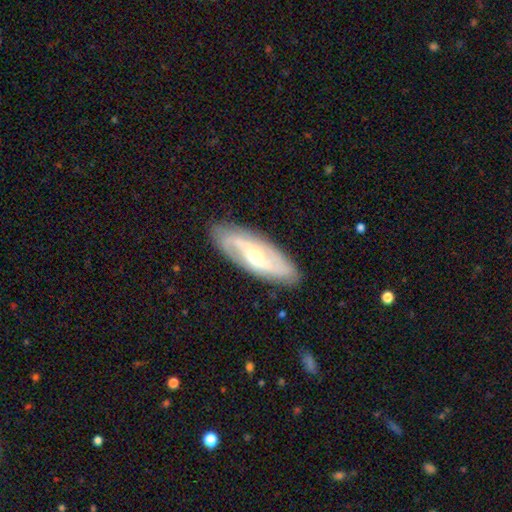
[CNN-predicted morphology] Smooth or featured: featured or disk — 79% (smooth — 15%)
Edge-on disk: no — 88% (yes — 12%)
Bar: weak — 42% (no — 39%)
Spiral arms: yes — 91% (no — 9%)
Spiral winding: medium — 44% (loose — 30%)
Spiral arm count: 2 — 82% (can't tell — 10%)
Bulge size: moderate — 57% (small — 37%)
Merging: none — 86% (minor disturbance — 10%)